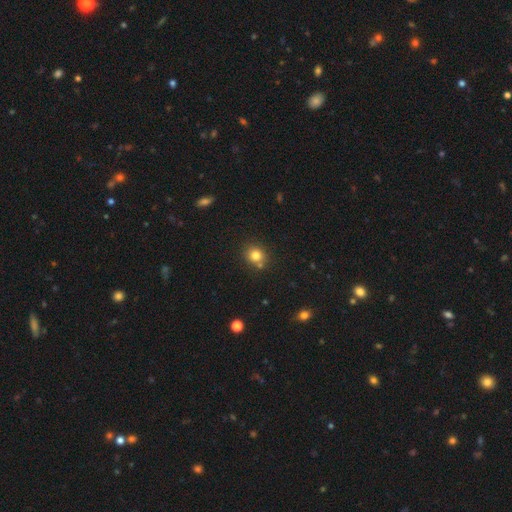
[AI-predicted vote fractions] This appears to be a smooth galaxy with no disk features (80%) that is round (83%). Merging: none (73%).